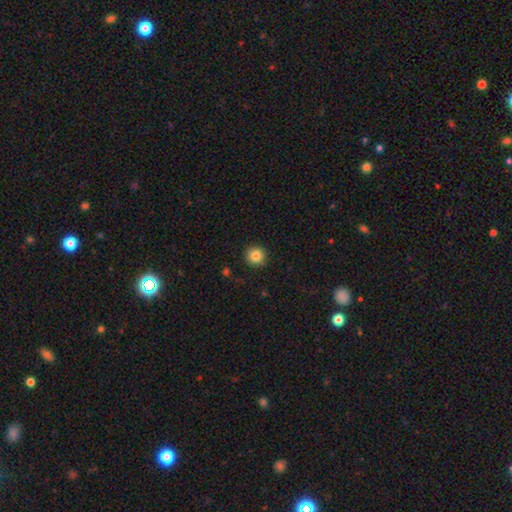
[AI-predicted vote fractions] smooth-or-featured: smooth: 85% | star or artifact: 10% | featured or disk: 5%
  how-rounded: round: 94% | in between: 5% | cigar-shaped: 1%
  merging: none: 92% | minor disturbance: 5% | major disturbance: 2% | merger: 1%